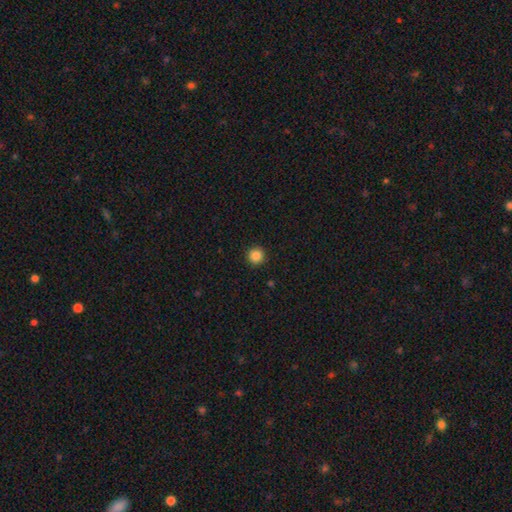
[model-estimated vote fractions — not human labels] Morphology: type=smooth (86%); roundness=round (96%); merging=none (93%).